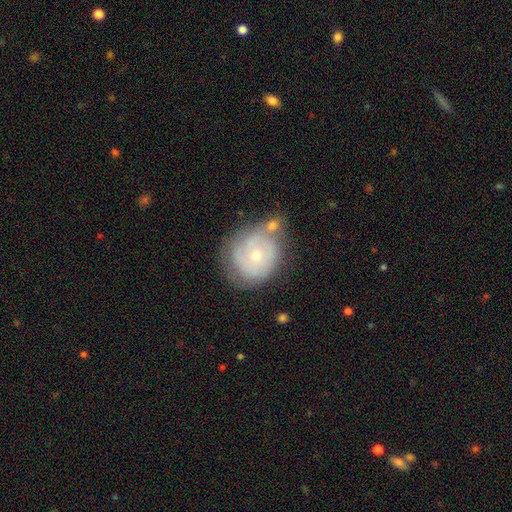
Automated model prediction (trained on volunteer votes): Overall: featured or disk (58%; smooth 35%). Edge-on disk: no (97%). Bar: no (78%). Spiral arms: yes (75%). Bulge size: small (53%; moderate 42%). Merging: none (51%; minor disturbance 24%).